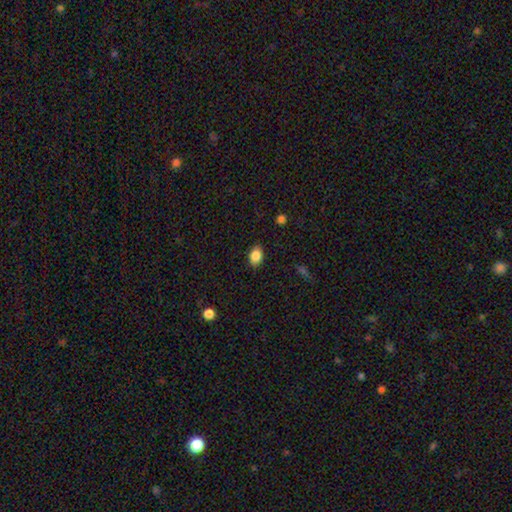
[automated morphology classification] This is clearly a smooth galaxy (85%). How rounded: clearly in between (81%). Merging: clearly none (86%).